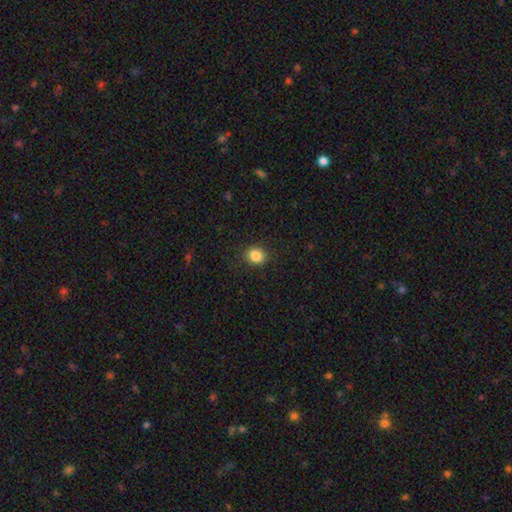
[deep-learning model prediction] A smooth galaxy with no disk features (85%) that is round (67%). Merging: none (88%).